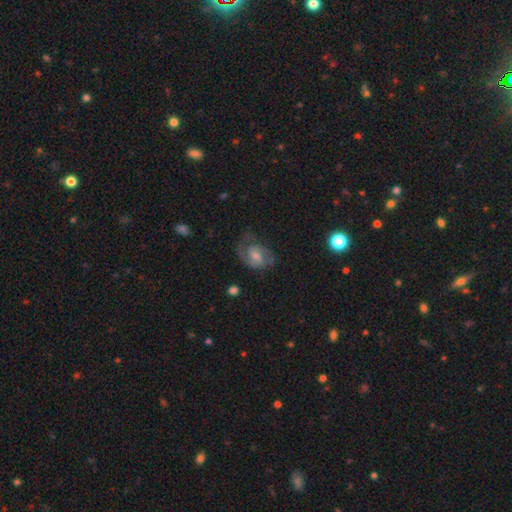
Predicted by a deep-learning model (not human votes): Q: Smooth or featured?
A: featured or disk (76%); runner-up: smooth (14%)
Q: Edge-on disk?
A: no (97%); runner-up: yes (3%)
Q: Bar?
A: no (46%); runner-up: weak (44%)
Q: Spiral arms?
A: yes (94%); runner-up: no (6%)
Q: Spiral winding?
A: medium (50%); runner-up: tight (35%)
Q: Spiral arm count?
A: 2 (78%); runner-up: can't tell (9%)
Q: Bulge size?
A: small (44%); runner-up: moderate (43%)
Q: Merging?
A: none (68%); runner-up: minor disturbance (19%)